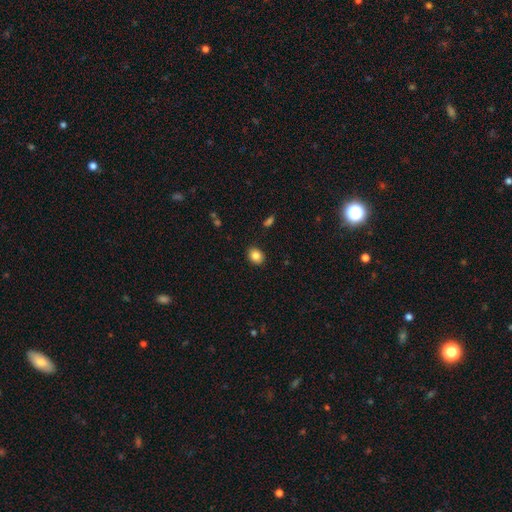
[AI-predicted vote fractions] This appears to be a smooth galaxy with no disk features (84%) that is in between round and cigar-shaped (55%). Merging: none (89%).